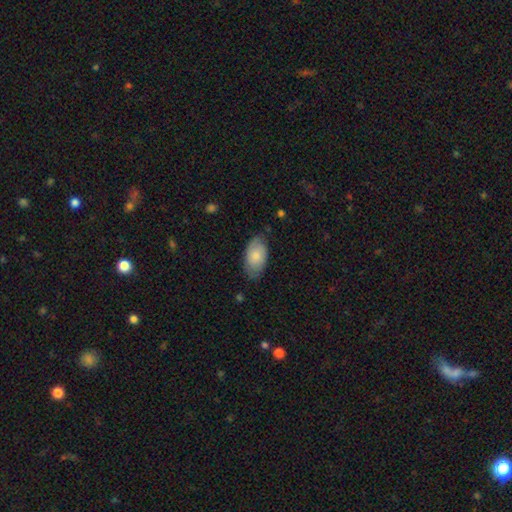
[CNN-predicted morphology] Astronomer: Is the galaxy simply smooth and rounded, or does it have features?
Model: smooth — 78%.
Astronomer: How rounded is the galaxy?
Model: in between — 95%.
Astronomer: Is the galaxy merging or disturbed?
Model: none — 72%.